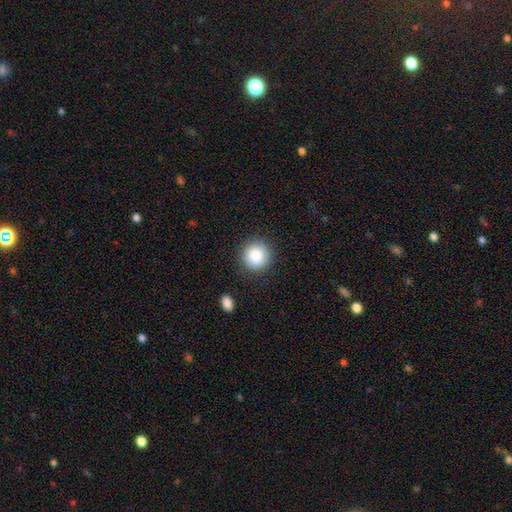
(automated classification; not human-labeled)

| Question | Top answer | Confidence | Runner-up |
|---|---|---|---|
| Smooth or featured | smooth | 87% | star or artifact (8%) |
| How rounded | round | 93% | in between (6%) |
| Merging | none | 88% | minor disturbance (8%) |